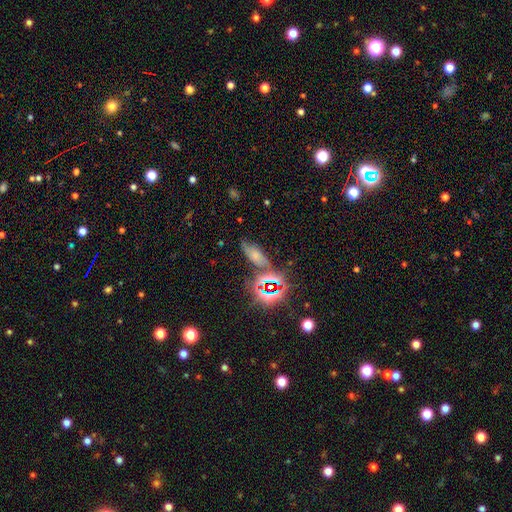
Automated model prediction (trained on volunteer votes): Smooth or featured? Predicted: smooth (p=0.42). Merging? Predicted: none (p=0.57).